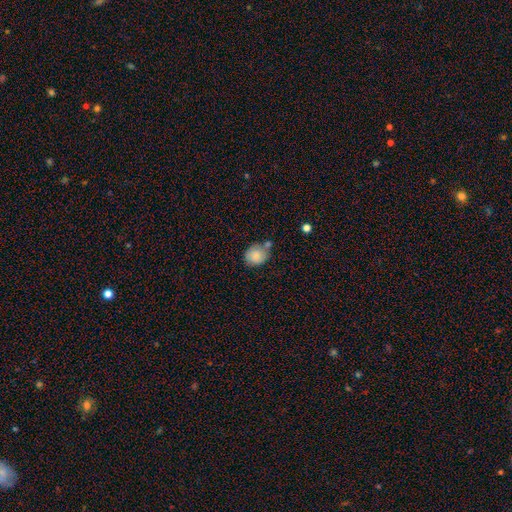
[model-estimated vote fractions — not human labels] The model was most divided on "merging": none: 55%, minor disturbance: 20%, merger: 20%, major disturbance: 5%. More confident: smooth or featured — smooth (85%); how rounded — round (69%).